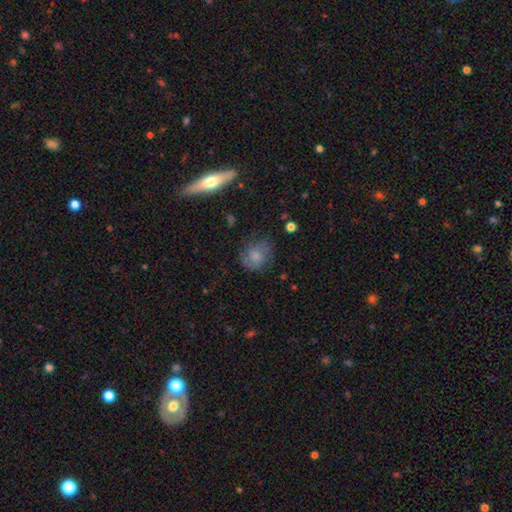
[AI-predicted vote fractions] The model was most divided on "merging": none: 63%, minor disturbance: 25%, major disturbance: 11%, merger: 2%. More confident: how rounded — round (70%); smooth or featured — smooth (69%).